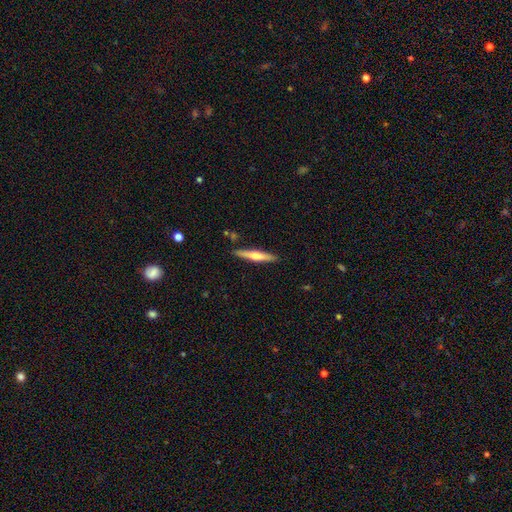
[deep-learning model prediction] This is possibly a featured or disk galaxy (48%). Merging: clearly none (88%).